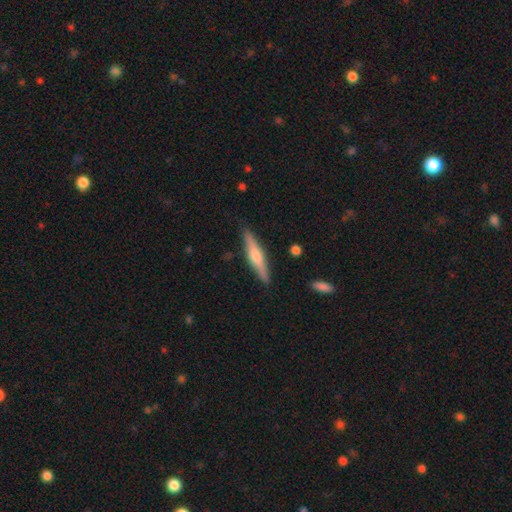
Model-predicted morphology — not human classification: A featured or disk galaxy (60%) viewed edge-on (96%) with a rounded central bulge (84%). Merging: none (89%).